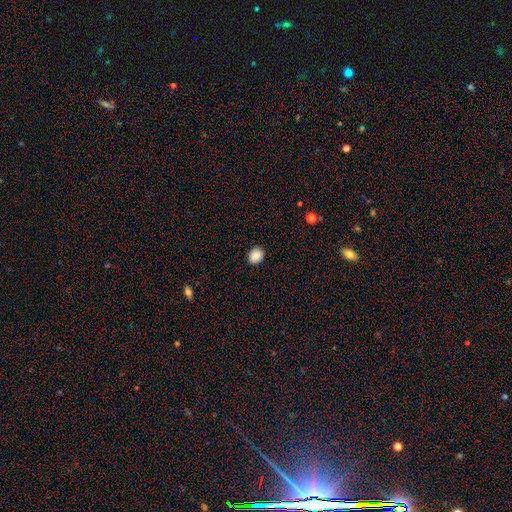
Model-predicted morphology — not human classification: This is clearly a smooth galaxy (89%). How rounded: possibly round (52%). Merging: clearly none (90%).